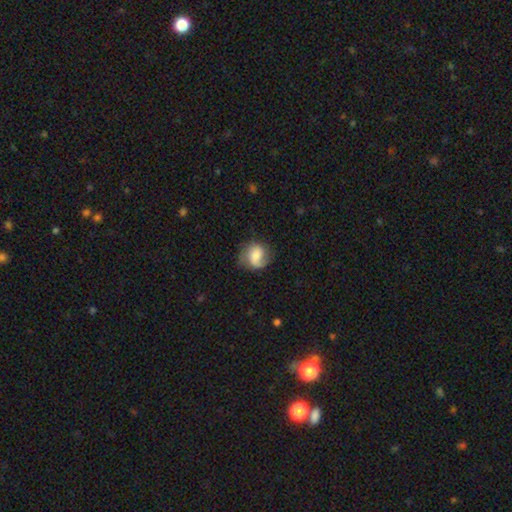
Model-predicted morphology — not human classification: The model was most divided on "smooth or featured": smooth: 47%, featured or disk: 45%, star or artifact: 8%. More confident: merging — none (62%).